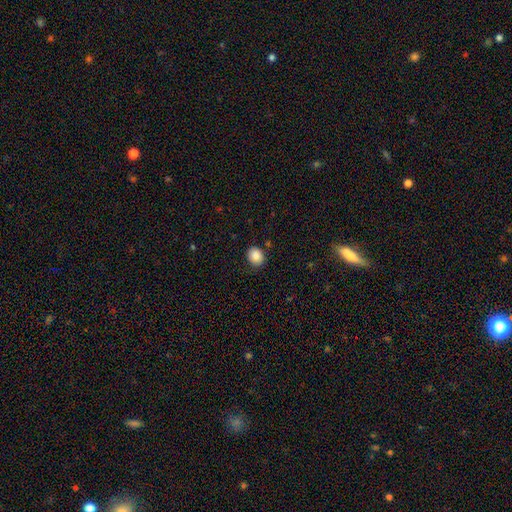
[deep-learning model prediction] Smooth or featured?
  - smooth: 87% *
  - star or artifact: 9%
  - featured or disk: 4%
How rounded?
  - round: 66% *
  - in between: 33%
  - cigar-shaped: 1%
Merging?
  - none: 85% *
  - minor disturbance: 10%
  - major disturbance: 3%
  - merger: 2%